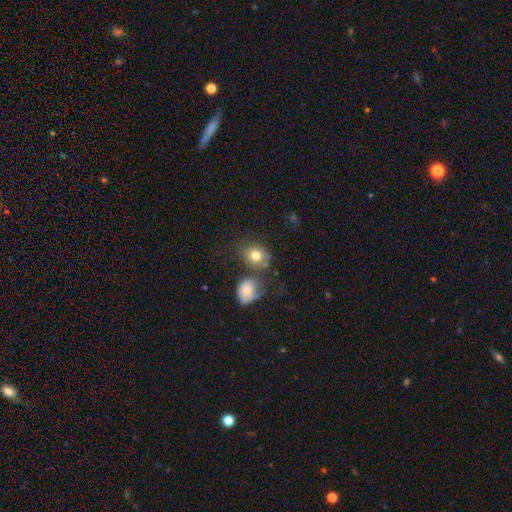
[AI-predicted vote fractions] Smooth or featured? Predicted: smooth (p=0.78). How rounded? Predicted: round (p=0.59). Merging? Predicted: none (p=0.54).